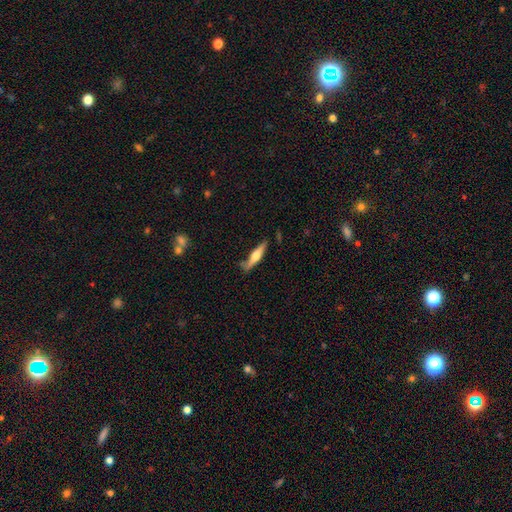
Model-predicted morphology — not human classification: This is possibly a featured or disk galaxy (58%). It is clearly viewed edge-on (95%). Edge-on bulge: clearly rounded (88%). Merging: likely none (75%).